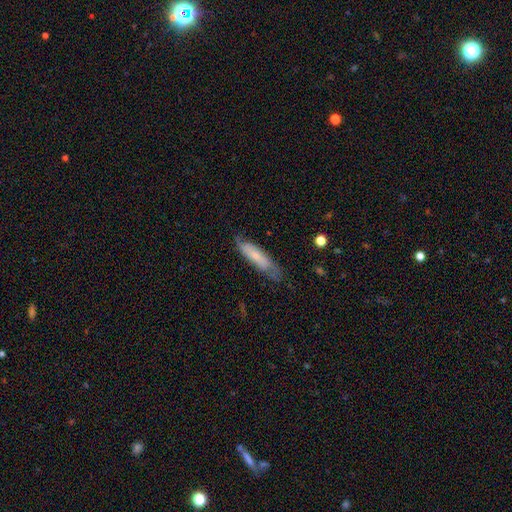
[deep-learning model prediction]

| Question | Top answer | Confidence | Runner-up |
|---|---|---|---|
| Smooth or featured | smooth | 61% | featured or disk (33%) |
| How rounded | cigar-shaped | 69% | in between (29%) |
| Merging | none | 64% | minor disturbance (27%) |